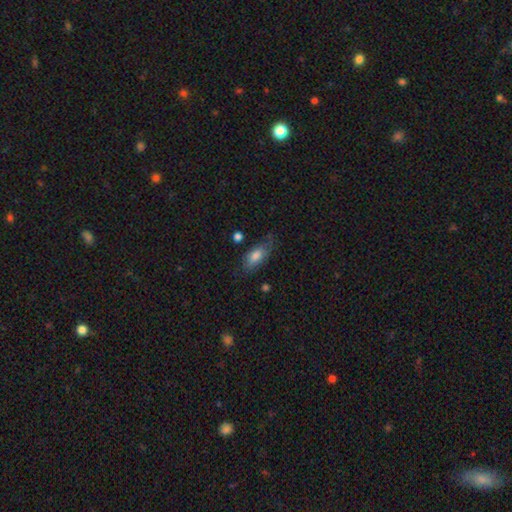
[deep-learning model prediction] A smooth galaxy with no disk features (73%) that is in between round and cigar-shaped (84%). Merging: none (56%).